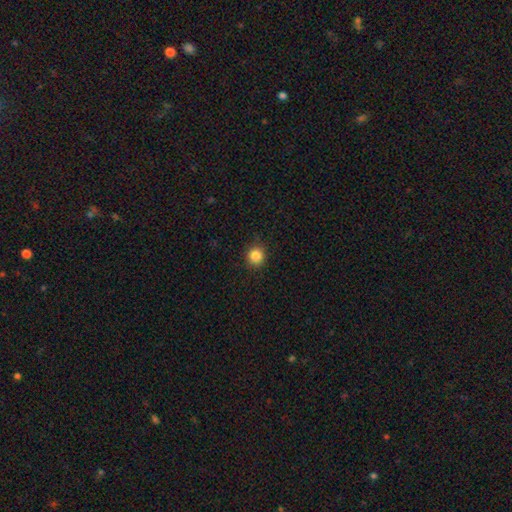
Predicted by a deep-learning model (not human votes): The model was most divided on "smooth or featured": smooth: 85%, star or artifact: 11%, featured or disk: 4%. More confident: how rounded — round (91%); merging — none (90%).